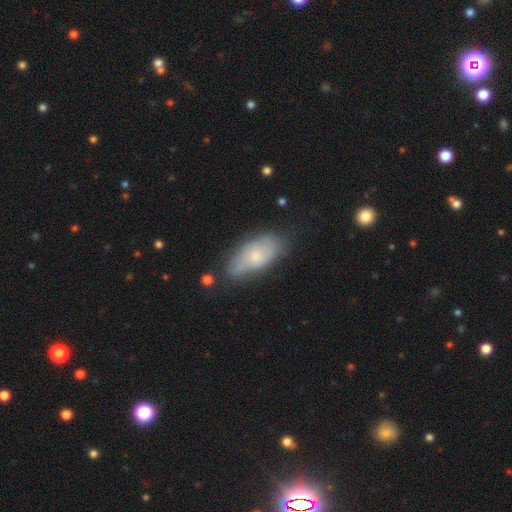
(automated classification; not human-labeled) smooth_or_featured: smooth (p=0.58) [alt: featured or disk p=0.35]
how_rounded: in between (p=0.87) [alt: cigar-shaped p=0.11]
merging: none (p=0.63) [alt: minor disturbance p=0.26]